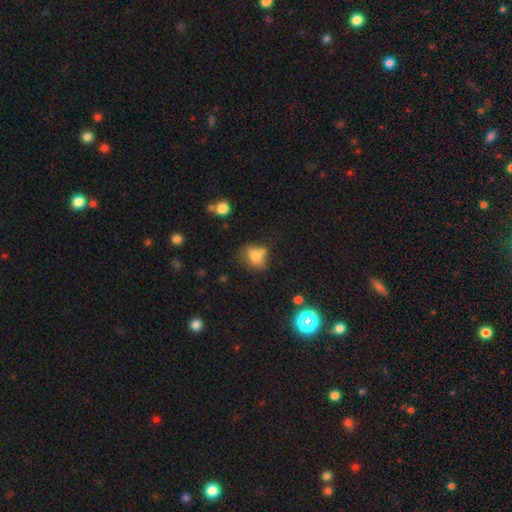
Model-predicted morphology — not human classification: Smooth or featured? Predicted: smooth (p=0.75). How rounded? Predicted: in between (p=0.58). Merging? Predicted: none (p=0.52).